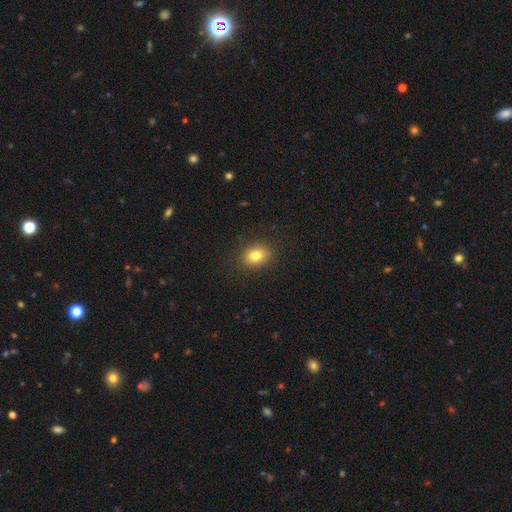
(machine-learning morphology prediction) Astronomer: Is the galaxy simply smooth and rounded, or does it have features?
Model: smooth — 81%.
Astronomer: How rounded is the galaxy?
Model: in between — 59% (runner-up: round, 39%).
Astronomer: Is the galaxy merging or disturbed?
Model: none — 88%.